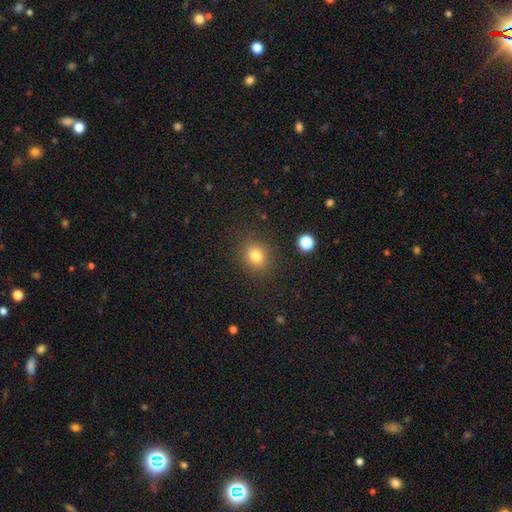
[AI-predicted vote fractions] A smooth galaxy with no disk features (80%) that is round (74%).

Vote fractions:
- Smooth or featured? smooth: 80% / star or artifact: 13% / featured or disk: 6%
- How rounded? round: 74% / in between: 25% / cigar-shaped: 1%
- Merging? none: 87% / minor disturbance: 8% / major disturbance: 3% / merger: 2%